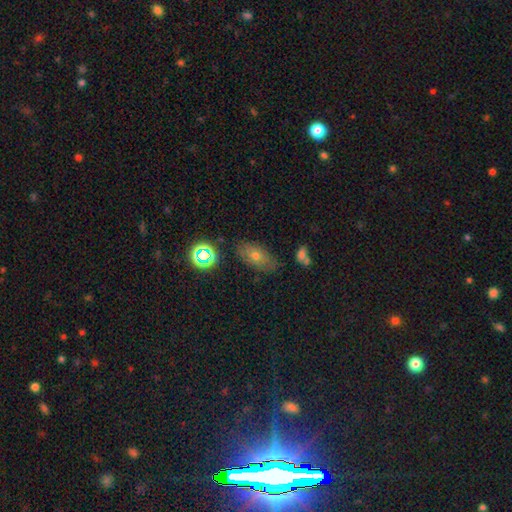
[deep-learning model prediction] A smooth galaxy with no disk features (60%) that is in between round and cigar-shaped (83%). Merging: none (77%).